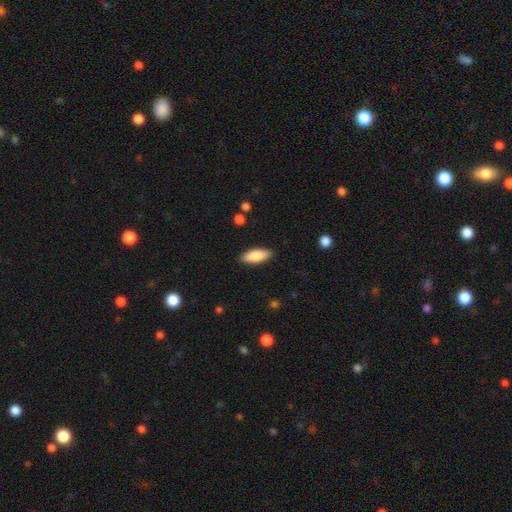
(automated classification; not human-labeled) Smooth or featured?
  - smooth: 84% *
  - featured or disk: 10%
  - star or artifact: 6%
How rounded?
  - in between: 76% *
  - cigar-shaped: 23%
  - round: 2%
Merging?
  - none: 88% *
  - minor disturbance: 9%
  - major disturbance: 2%
  - merger: 1%